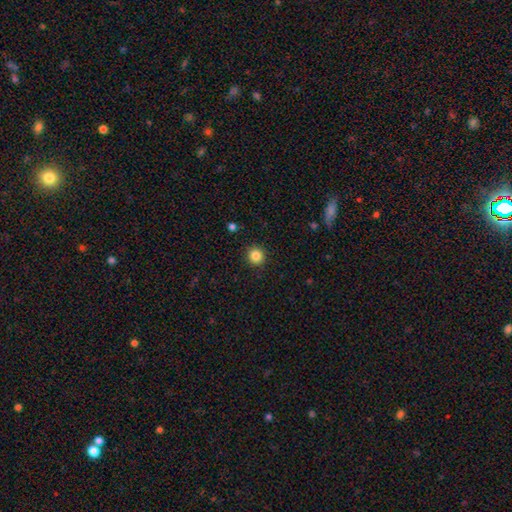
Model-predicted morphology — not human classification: Smooth or featured?
  - smooth: 85% *
  - star or artifact: 11%
  - featured or disk: 4%
How rounded?
  - round: 93% *
  - in between: 6%
  - cigar-shaped: 1%
Merging?
  - none: 92% *
  - minor disturbance: 5%
  - major disturbance: 2%
  - merger: 1%